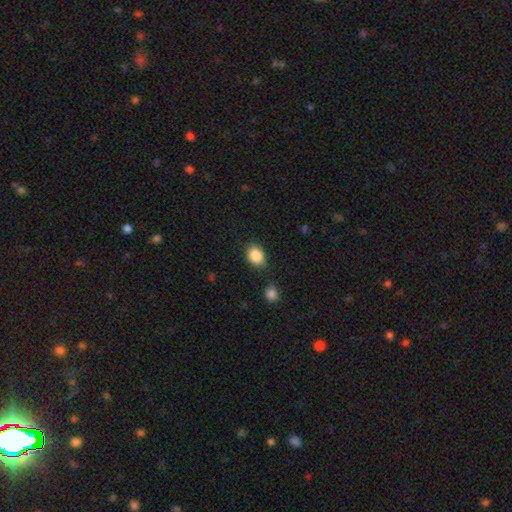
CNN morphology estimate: Smooth or featured? Predicted: smooth (p=0.86). How rounded? Predicted: in between (p=0.55). Merging? Predicted: none (p=0.80).